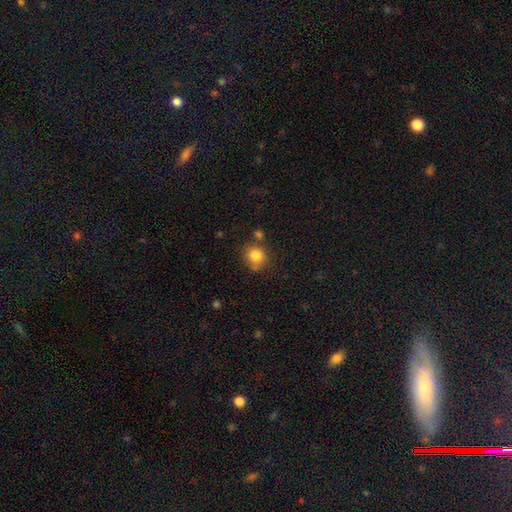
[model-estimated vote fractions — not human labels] Morphology: type=smooth (83%); roundness=round (82%); merging=none (66%).